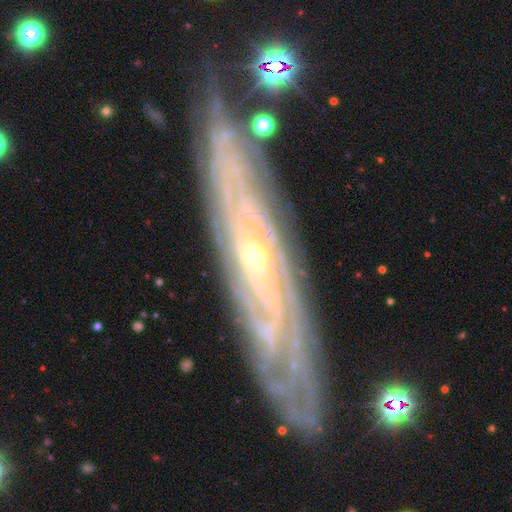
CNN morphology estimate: Smooth or featured? Predicted: featured or disk (p=0.82). Edge-on disk? Predicted: no (p=0.61). Merging? Predicted: none (p=0.82).